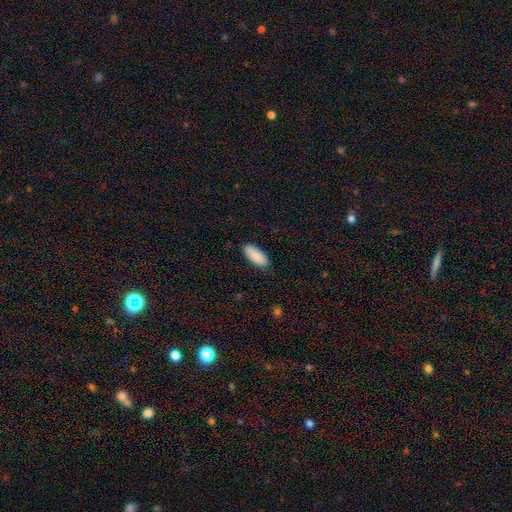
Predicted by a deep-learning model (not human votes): Morphology: type=smooth (90%); roundness=in between (83%); merging=none (87%).